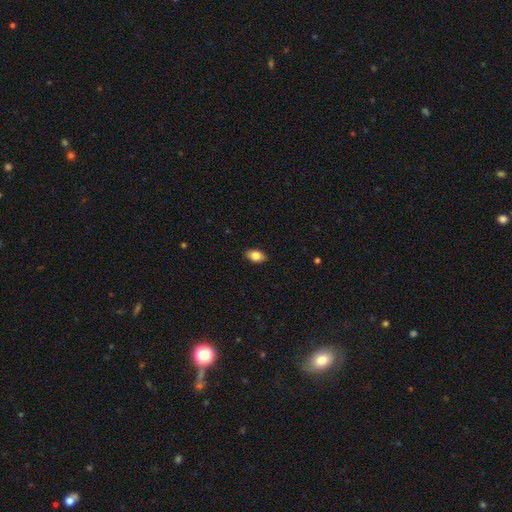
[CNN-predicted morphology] smooth-or-featured: smooth: 84% | star or artifact: 8% | featured or disk: 8%
  how-rounded: in between: 87% | round: 11% | cigar-shaped: 2%
  merging: none: 89% | minor disturbance: 8% | major disturbance: 2% | merger: 1%